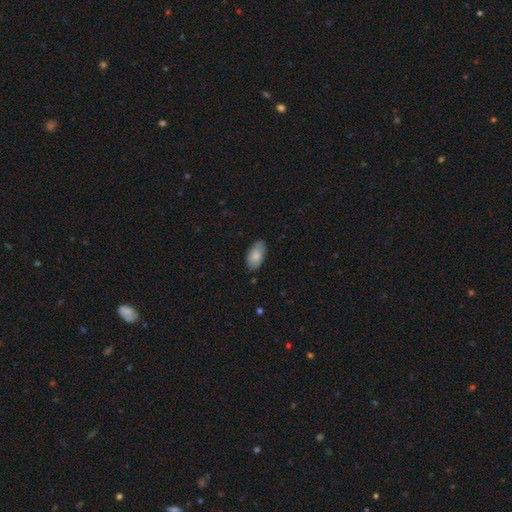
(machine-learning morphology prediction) The model was most divided on "merging": none: 78%, minor disturbance: 18%, major disturbance: 3%, merger: 1%. More confident: how rounded — in between (94%); smooth or featured — smooth (77%).